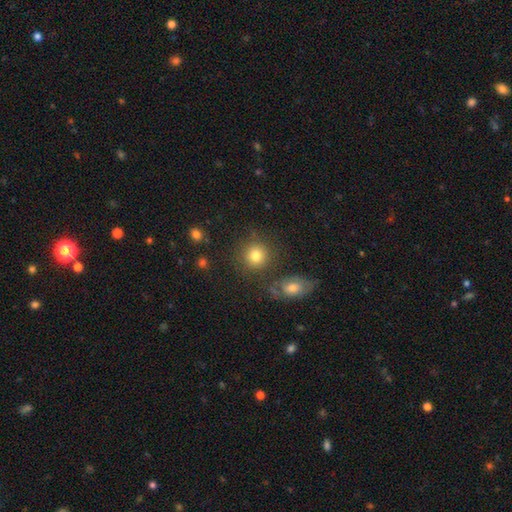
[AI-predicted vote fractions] smooth_or_featured: smooth (p=0.81) [alt: star or artifact p=0.11]
how_rounded: round (p=0.89) [alt: in between p=0.10]
merging: none (p=0.78) [alt: minor disturbance p=0.09]